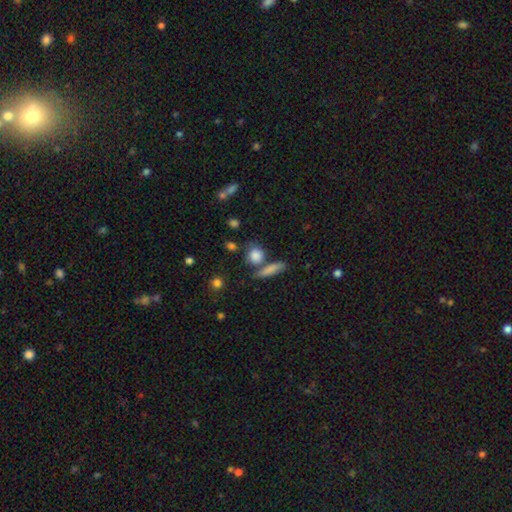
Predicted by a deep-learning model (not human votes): Morphology: type=smooth (83%); roundness=round (68%); merging=none (63%).